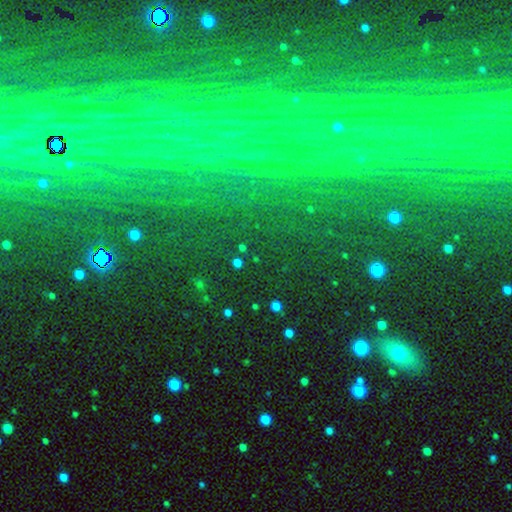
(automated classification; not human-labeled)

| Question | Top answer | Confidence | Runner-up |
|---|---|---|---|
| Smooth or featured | star or artifact | 80% | featured or disk (10%) |